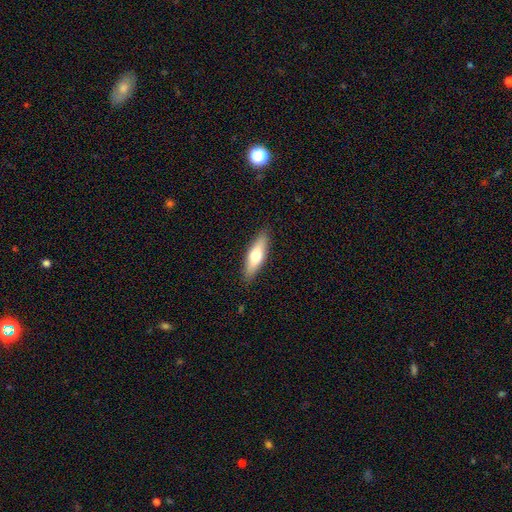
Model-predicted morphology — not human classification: This appears to be a smooth galaxy with no disk features (62%) that is cigar-shaped (56%). Merging: none (88%).